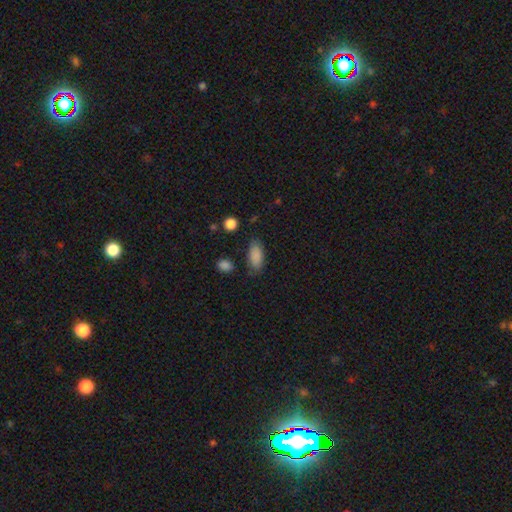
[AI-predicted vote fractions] A smooth galaxy with no disk features (87%) that is in between round and cigar-shaped (89%). Merging: none (79%).